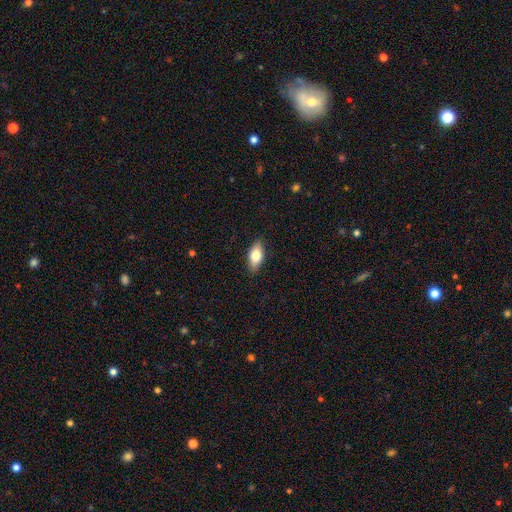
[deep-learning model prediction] smooth-or-featured: smooth: 77% | featured or disk: 17% | star or artifact: 7%
  how-rounded: in between: 86% | cigar-shaped: 10% | round: 4%
  merging: none: 88% | minor disturbance: 9% | major disturbance: 2% | merger: 1%